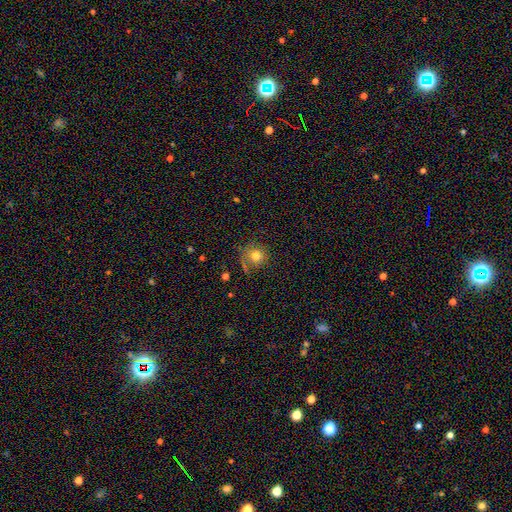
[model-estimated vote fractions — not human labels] Q: Smooth or featured?
A: smooth (76%); runner-up: star or artifact (13%)
Q: How rounded?
A: round (91%); runner-up: in between (8%)
Q: Merging?
A: none (72%); runner-up: minor disturbance (16%)